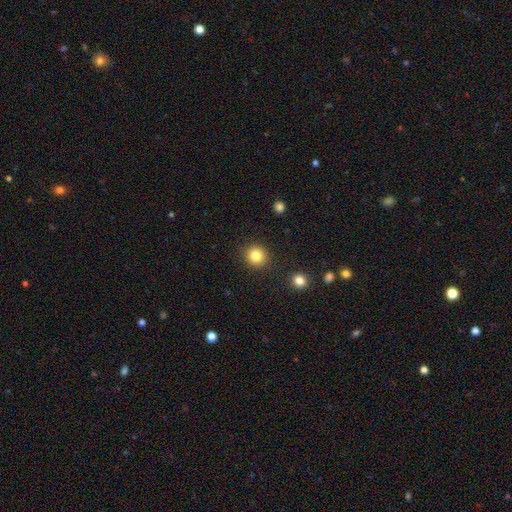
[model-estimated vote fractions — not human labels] This appears to be a smooth galaxy with no disk features (83%) that is round (92%). Merging: none (90%).